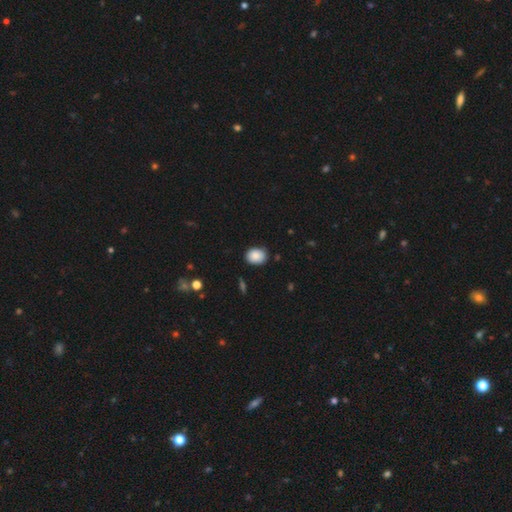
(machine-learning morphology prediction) The model was most divided on "how rounded": in between: 57%, round: 42%, cigar-shaped: 1%. More confident: smooth or featured — smooth (87%); merging — none (83%).